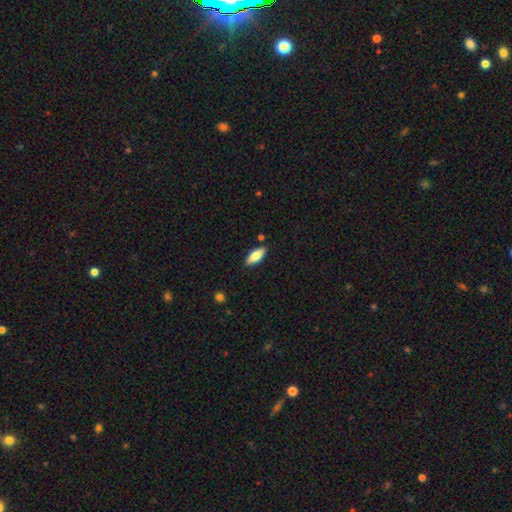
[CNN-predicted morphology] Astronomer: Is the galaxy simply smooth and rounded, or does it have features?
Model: smooth — 74%.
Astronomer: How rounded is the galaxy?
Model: in between — 72%.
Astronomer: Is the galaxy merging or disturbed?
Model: none — 85%.